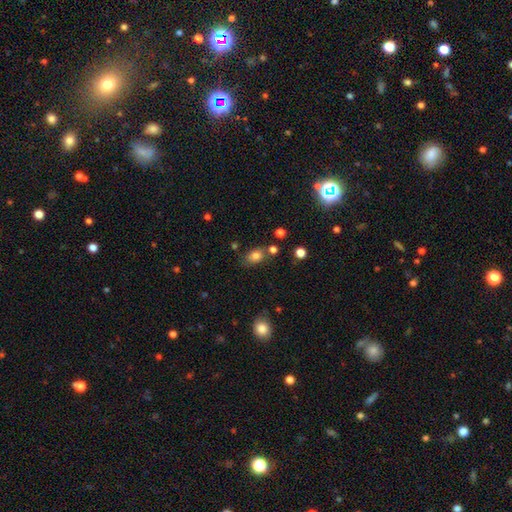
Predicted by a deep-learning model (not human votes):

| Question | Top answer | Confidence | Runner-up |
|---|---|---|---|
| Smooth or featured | smooth | 79% | star or artifact (12%) |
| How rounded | in between | 71% | round (27%) |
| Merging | none | 66% | minor disturbance (17%) |